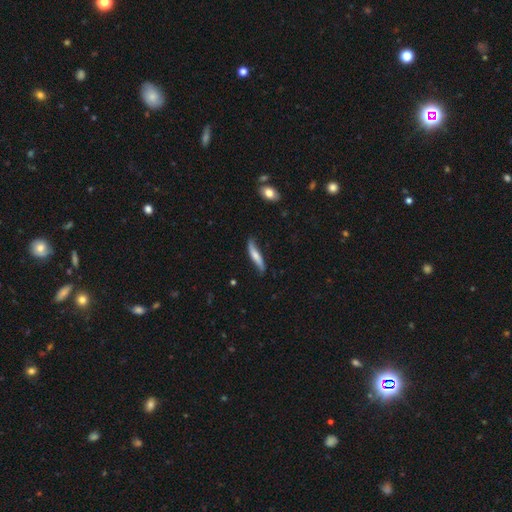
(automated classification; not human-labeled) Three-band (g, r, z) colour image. It shows a smooth galaxy with no disk features (56%) that is cigar-shaped (85%). Merging: none (71%).